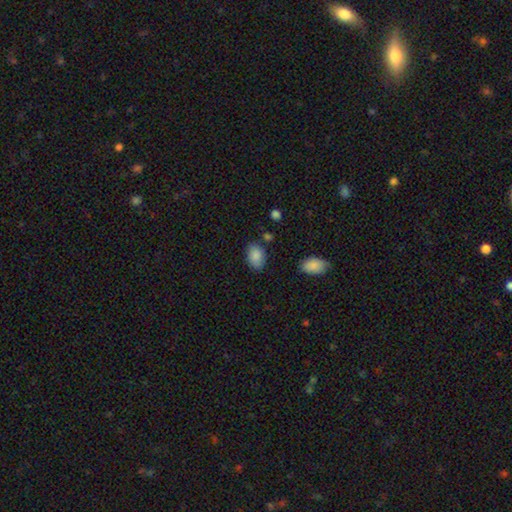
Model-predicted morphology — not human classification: Overall: smooth (86%). How rounded: in between (86%). Merging: none (74%).